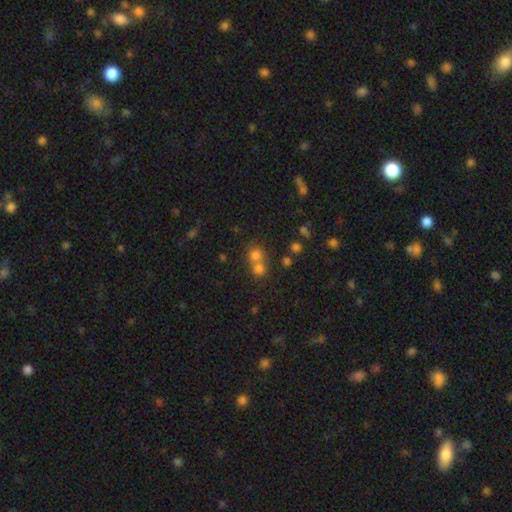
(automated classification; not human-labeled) A smooth galaxy with no disk features (71%) that is round (83%). Merging: merger (50%).